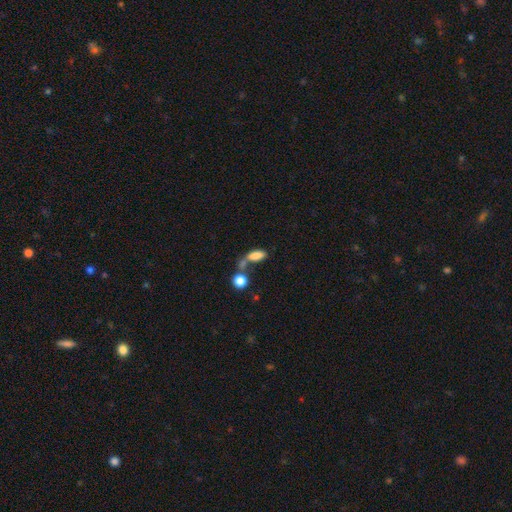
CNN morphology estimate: smooth 80%, star or artifact 10%, featured or disk 10%. Down the decision tree: how rounded — in between (77%); merging — none (39%).